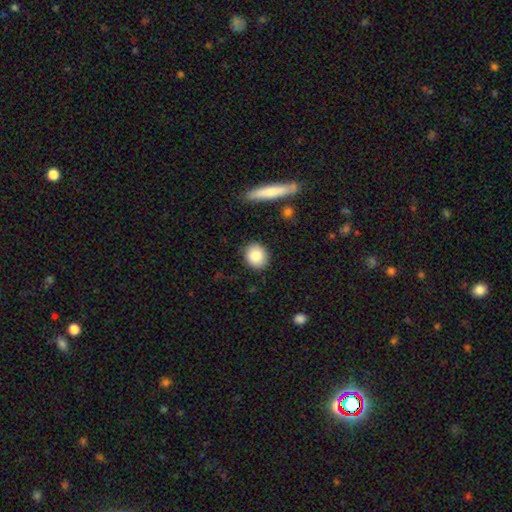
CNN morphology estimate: Overall: smooth (84%). How rounded: round (72%). Merging: none (88%).